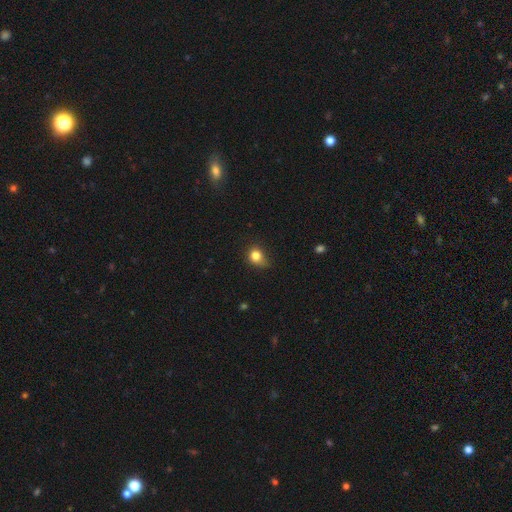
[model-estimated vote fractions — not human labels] This appears to be a smooth galaxy with no disk features (80%) that is round (68%). Merging: none (50%).